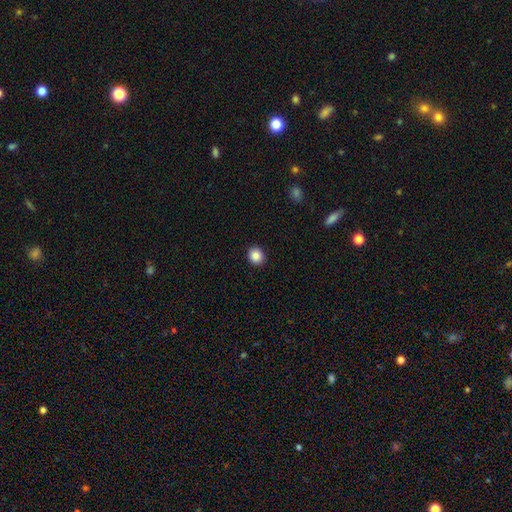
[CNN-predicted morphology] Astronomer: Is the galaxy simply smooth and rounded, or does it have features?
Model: smooth — 87%.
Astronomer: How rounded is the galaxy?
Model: round — 79%.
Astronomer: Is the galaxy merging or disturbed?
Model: none — 92%.